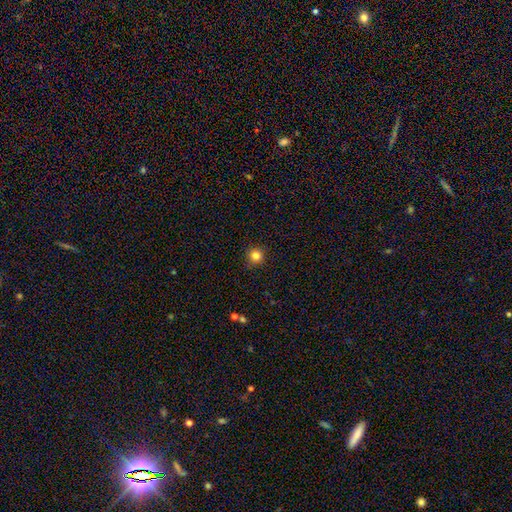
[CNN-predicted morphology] Smooth or featured? smooth (83%)
How rounded? round (94%)
Merging? none (89%)